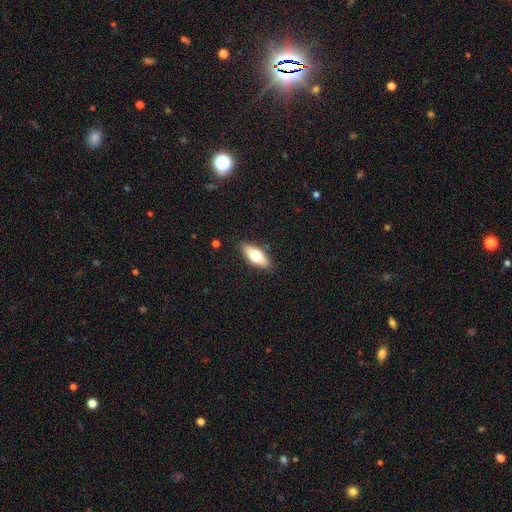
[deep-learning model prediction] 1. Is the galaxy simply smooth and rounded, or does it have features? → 67% smooth, 26% featured or disk, 6% star or artifact.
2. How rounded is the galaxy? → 77% in between, 20% cigar-shaped, 3% round.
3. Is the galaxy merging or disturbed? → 87% none, 10% minor disturbance, 2% major disturbance, 1% merger.